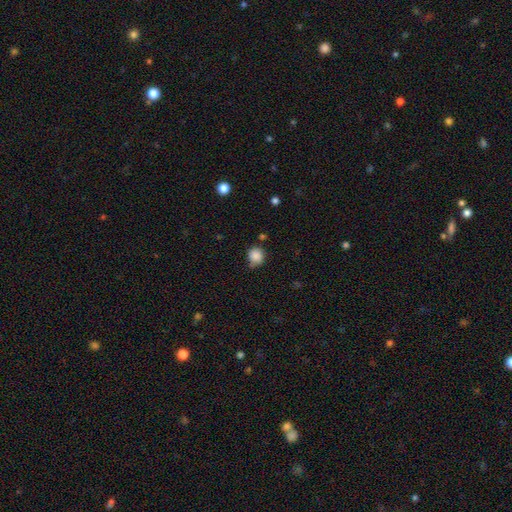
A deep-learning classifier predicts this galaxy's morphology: Smooth or featured: smooth — 86% (star or artifact — 10%)
How rounded: round — 87% (in between — 12%)
Merging: none — 67% (minor disturbance — 22%)